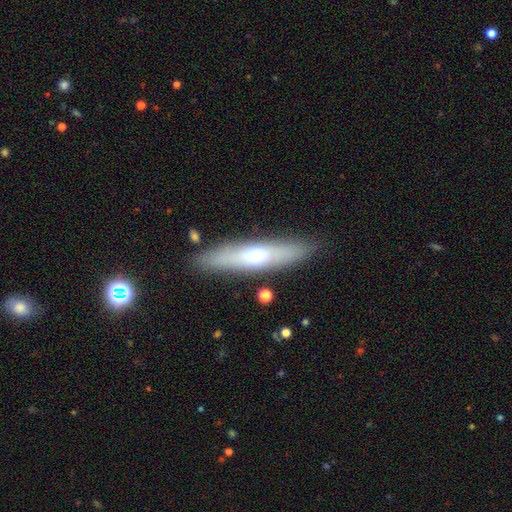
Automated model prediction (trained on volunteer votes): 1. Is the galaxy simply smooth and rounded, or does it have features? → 50% smooth, 43% featured or disk, 7% star or artifact.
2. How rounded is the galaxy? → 78% cigar-shaped, 21% in between, 2% round.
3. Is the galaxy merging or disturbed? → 87% none, 9% minor disturbance, 2% major disturbance, 2% merger.